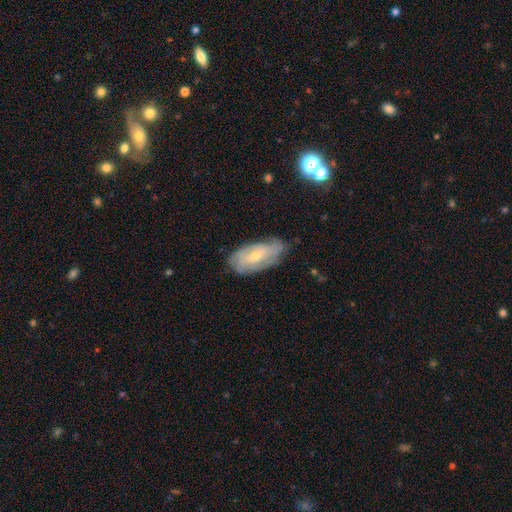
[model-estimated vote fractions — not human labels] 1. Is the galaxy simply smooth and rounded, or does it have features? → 64% featured or disk, 29% smooth, 7% star or artifact.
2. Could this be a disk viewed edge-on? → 89% no, 11% yes.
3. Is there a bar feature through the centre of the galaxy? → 50% no, 37% weak, 13% strong.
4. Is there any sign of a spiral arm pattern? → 76% yes, 24% no.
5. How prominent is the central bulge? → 63% small, 33% moderate, 1% none, 1% large, 1% dominant.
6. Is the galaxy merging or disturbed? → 68% none, 25% minor disturbance, 6% major disturbance, 2% merger.